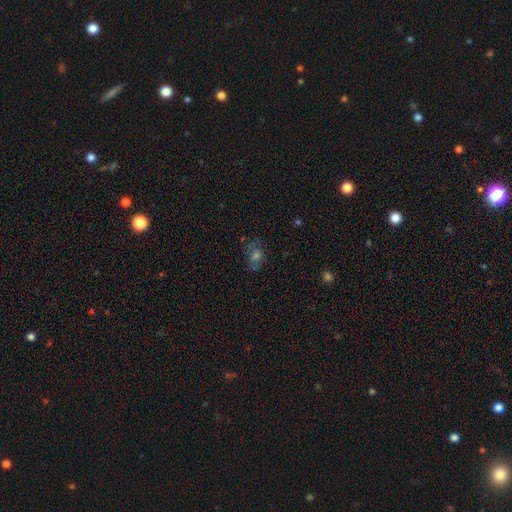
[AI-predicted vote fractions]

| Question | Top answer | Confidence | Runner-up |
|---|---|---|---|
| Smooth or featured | smooth | 41% | featured or disk (31%) |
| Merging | none | 69% | minor disturbance (18%) |